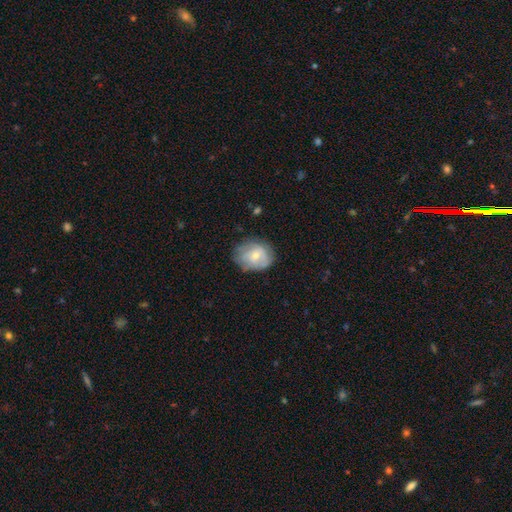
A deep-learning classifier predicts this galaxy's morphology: smooth 57%, featured or disk 36%, star or artifact 7%. Down the decision tree: how rounded — round (53%); merging — none (65%).